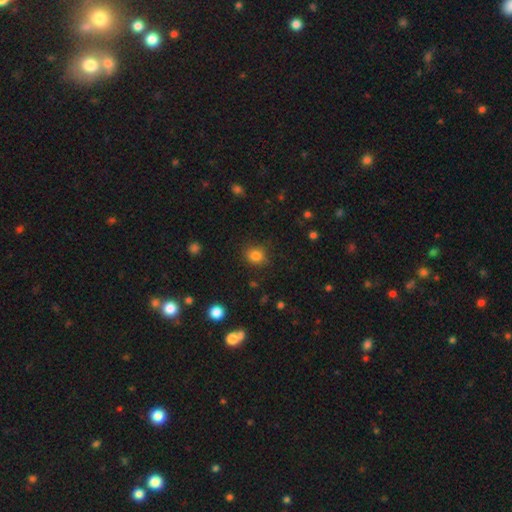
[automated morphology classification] A smooth galaxy with no disk features (82%) that is round (79%). Merging: none (84%).